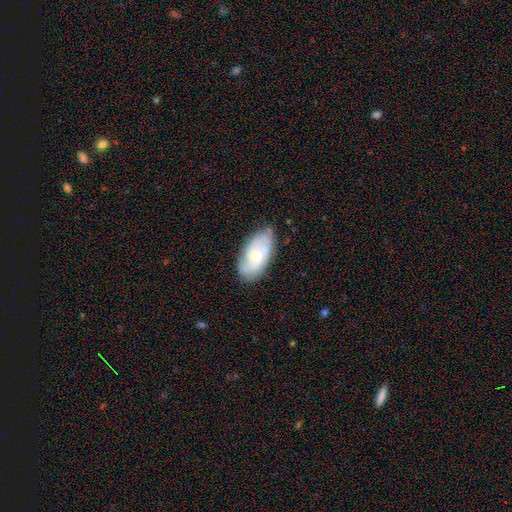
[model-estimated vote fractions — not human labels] The model was most divided on "bulge size": small: 55%, moderate: 40%, large: 2%, none: 2%, dominant: 1%. More confident: edge-on disk — no (94%); spiral arms — yes (85%); merging — none (73%); bar — no (64%); smooth or featured — featured or disk (59%).